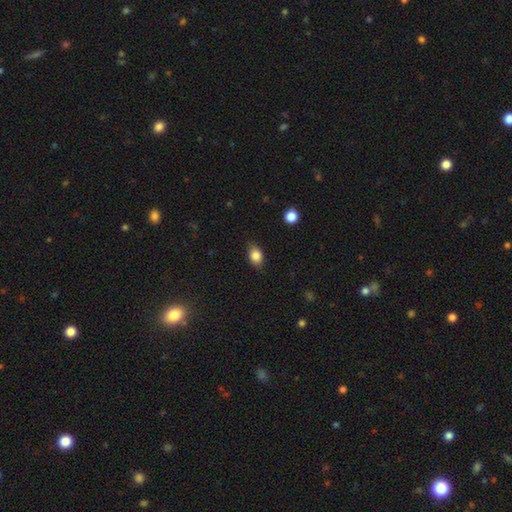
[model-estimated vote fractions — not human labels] Morphology: type=smooth (85%); roundness=in between (72%); merging=none (80%).